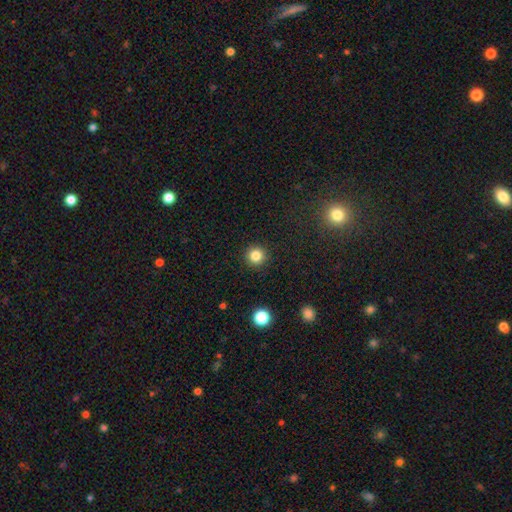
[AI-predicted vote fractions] Smooth or featured? Predicted: smooth (p=0.83). How rounded? Predicted: round (p=0.95). Merging? Predicted: none (p=0.92).